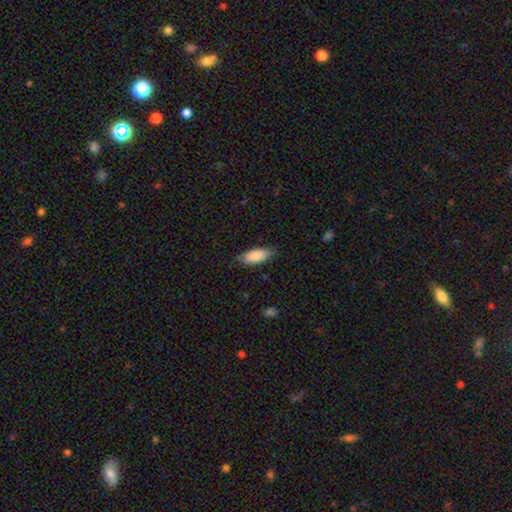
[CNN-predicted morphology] A smooth galaxy with no disk features (86%) that is in between round and cigar-shaped (79%). Merging: none (81%).